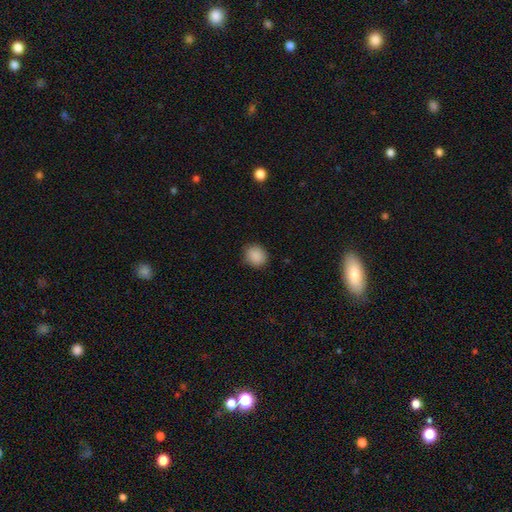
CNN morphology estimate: Smooth or featured? Predicted: smooth (p=0.89). How rounded? Predicted: round (p=0.79). Merging? Predicted: none (p=0.88).